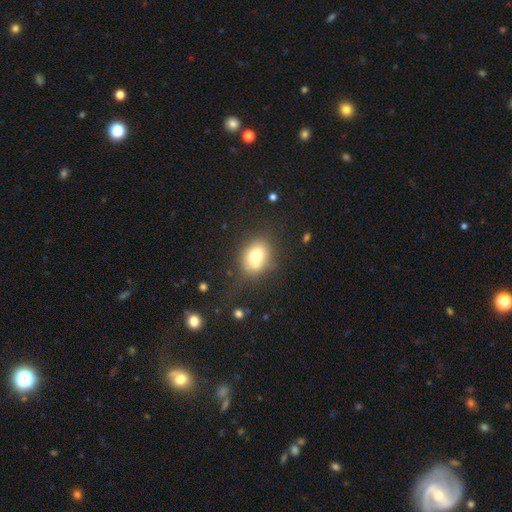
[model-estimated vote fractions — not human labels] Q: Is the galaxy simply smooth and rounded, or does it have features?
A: smooth — 73%.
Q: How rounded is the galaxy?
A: round — 50%.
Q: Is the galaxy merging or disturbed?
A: none — 67%.